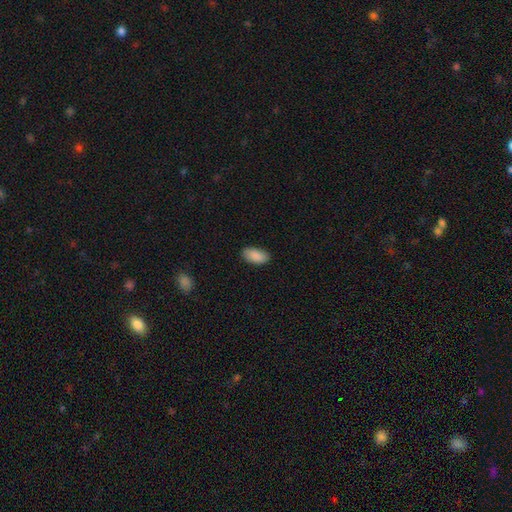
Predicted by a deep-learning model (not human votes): A smooth galaxy with no disk features (90%) that is in between round and cigar-shaped (94%).

Vote fractions:
- Smooth or featured? smooth: 90% / star or artifact: 7% / featured or disk: 4%
- How rounded? in between: 94% / round: 3% / cigar-shaped: 3%
- Merging? none: 84% / minor disturbance: 12% / major disturbance: 2% / merger: 1%